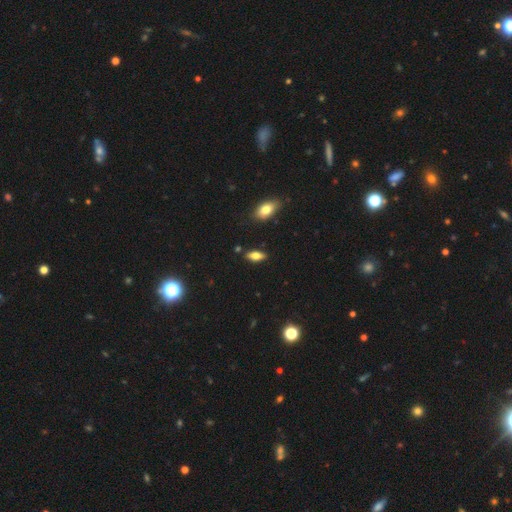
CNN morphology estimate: smooth-or-featured: smooth: 66% | featured or disk: 26% | star or artifact: 8%
  how-rounded: in between: 79% | cigar-shaped: 18% | round: 3%
  merging: none: 84% | minor disturbance: 11% | merger: 3% | major disturbance: 2%